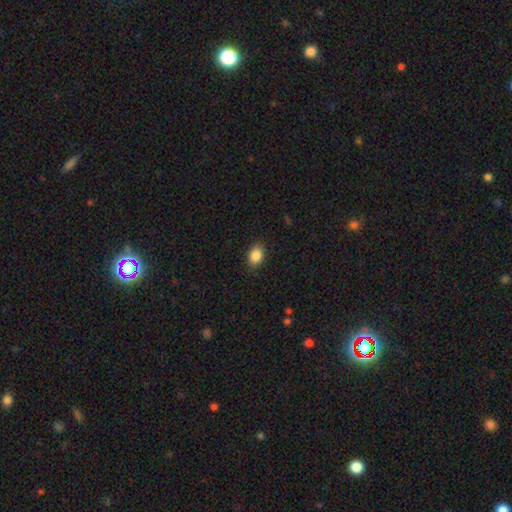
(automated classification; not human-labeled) This appears to be a smooth galaxy with no disk features (87%) that is in between round and cigar-shaped (78%). Merging: none (87%).